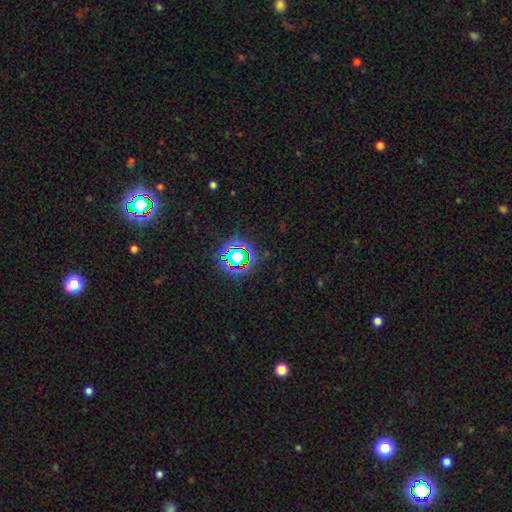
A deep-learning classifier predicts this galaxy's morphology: smooth-or-featured: star or artifact: 77% | smooth: 15% | featured or disk: 8%